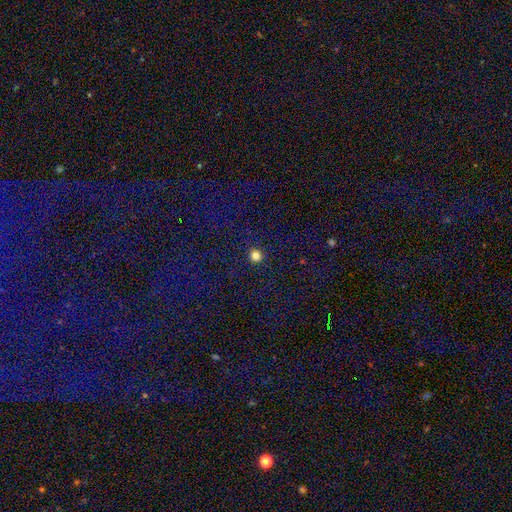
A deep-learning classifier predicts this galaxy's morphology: Smooth or featured? Predicted: smooth (p=0.82). How rounded? Predicted: round (p=0.91). Merging? Predicted: none (p=0.92).